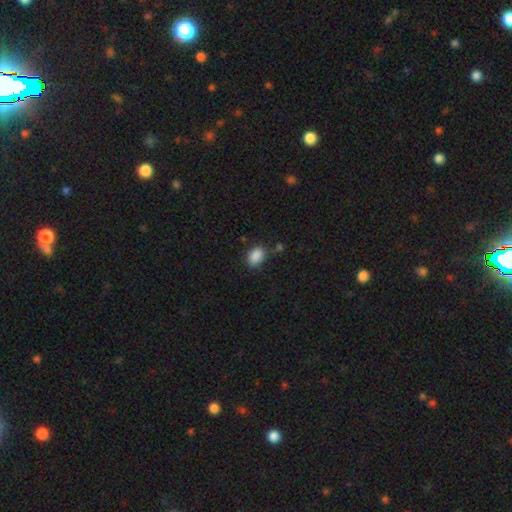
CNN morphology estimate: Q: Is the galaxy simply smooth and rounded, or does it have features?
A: smooth — 88%.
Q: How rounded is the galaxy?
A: in between — 80%.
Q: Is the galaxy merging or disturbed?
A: none — 76%.